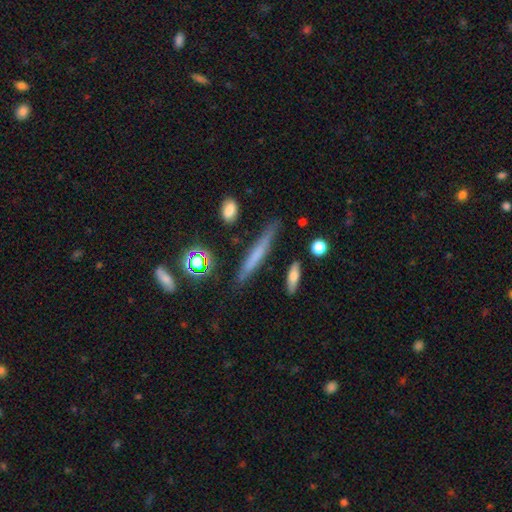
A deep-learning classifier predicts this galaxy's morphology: smooth_or_featured: smooth (p=0.52) [alt: featured or disk p=0.37]
how_rounded: cigar-shaped (p=0.92) [alt: in between p=0.05]
merging: none (p=0.83) [alt: minor disturbance p=0.12]